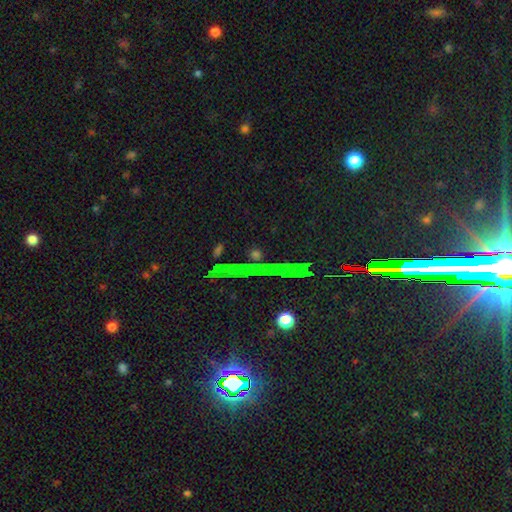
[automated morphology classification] smooth_or_featured: star or artifact (p=0.70) [alt: smooth p=0.18]